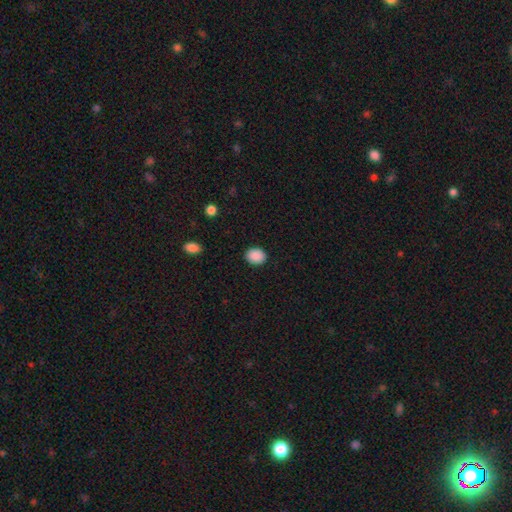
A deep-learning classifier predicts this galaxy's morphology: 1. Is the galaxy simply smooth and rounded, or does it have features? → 90% smooth, 8% star or artifact, 2% featured or disk.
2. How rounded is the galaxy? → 52% in between, 47% round, 1% cigar-shaped.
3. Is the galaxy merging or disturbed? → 90% none, 7% minor disturbance, 2% major disturbance, 1% merger.